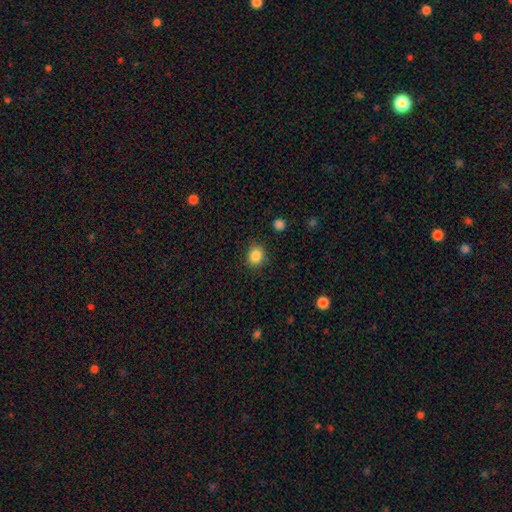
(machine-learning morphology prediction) Smooth or featured?
  - smooth: 85% *
  - star or artifact: 10%
  - featured or disk: 4%
How rounded?
  - round: 73% *
  - in between: 26%
  - cigar-shaped: 1%
Merging?
  - none: 85% *
  - minor disturbance: 11%
  - major disturbance: 3%
  - merger: 2%